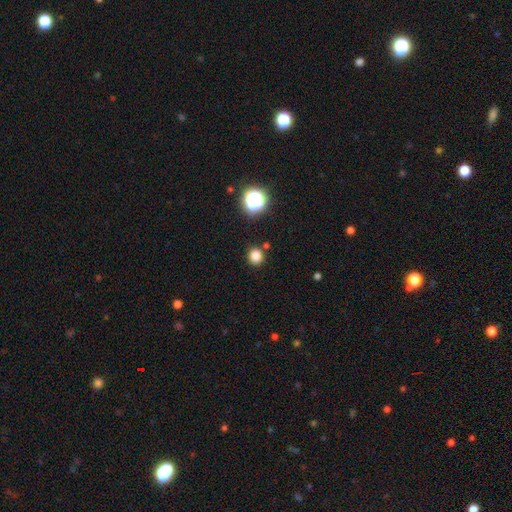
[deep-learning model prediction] Q: Smooth or featured?
A: smooth (81%); runner-up: star or artifact (15%)
Q: How rounded?
A: round (91%); runner-up: in between (8%)
Q: Merging?
A: none (87%); runner-up: minor disturbance (7%)